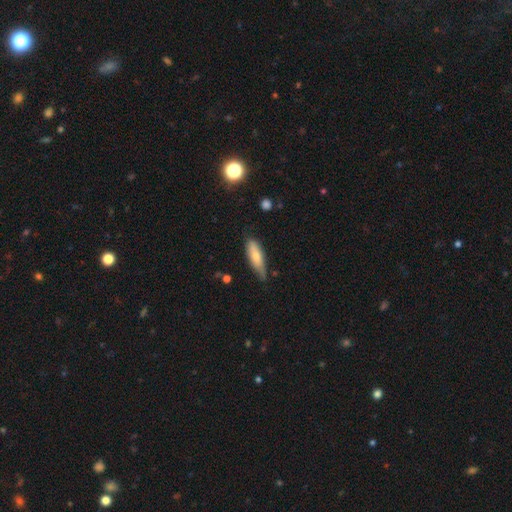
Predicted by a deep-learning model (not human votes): A smooth galaxy with no disk features (70%) that is in between round and cigar-shaped (50%). Merging: none (60%).